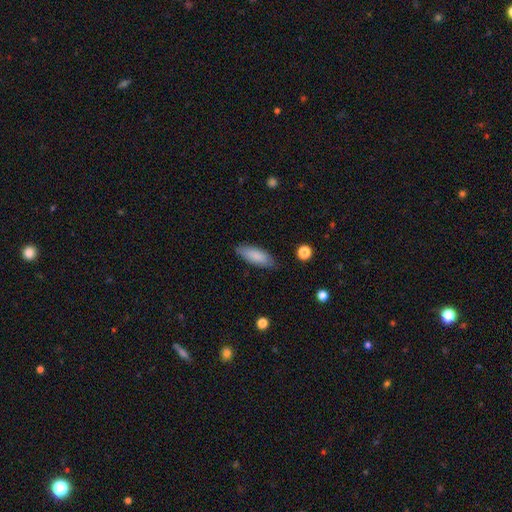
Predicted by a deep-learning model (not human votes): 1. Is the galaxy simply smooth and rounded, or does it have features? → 85% smooth, 9% featured or disk, 6% star or artifact.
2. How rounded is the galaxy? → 71% in between, 27% cigar-shaped, 2% round.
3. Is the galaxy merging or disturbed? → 83% none, 13% minor disturbance, 3% major disturbance, 1% merger.